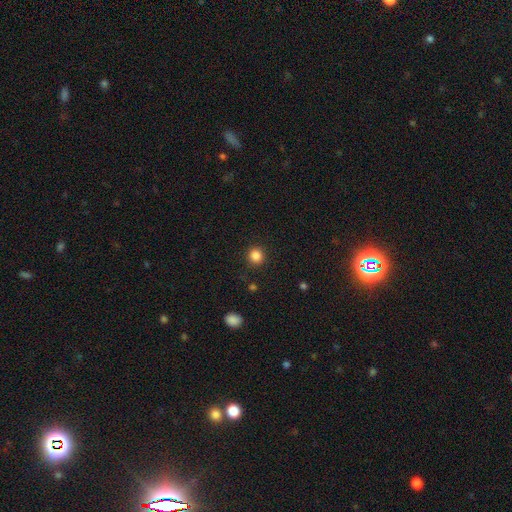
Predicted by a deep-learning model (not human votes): Morphology: type=smooth (85%); roundness=round (92%); merging=none (90%).